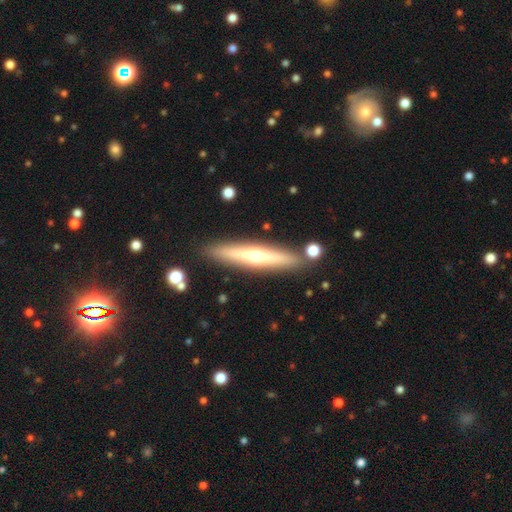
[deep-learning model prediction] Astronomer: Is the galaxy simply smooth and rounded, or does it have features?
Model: featured or disk — 61%.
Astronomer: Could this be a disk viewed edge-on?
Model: yes — 92%.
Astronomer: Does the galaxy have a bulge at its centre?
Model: rounded — 84%.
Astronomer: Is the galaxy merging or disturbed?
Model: none — 88%.